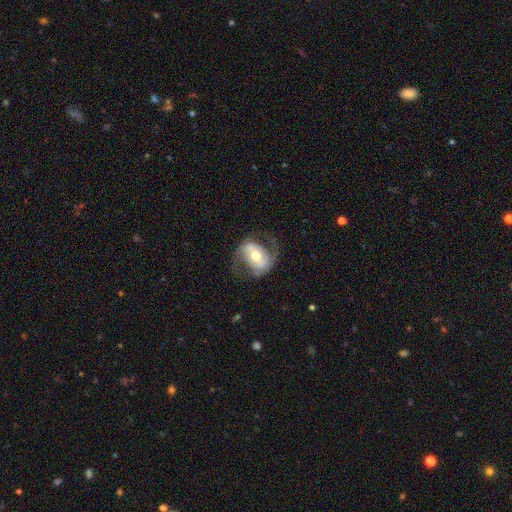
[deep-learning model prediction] smooth_or_featured: featured or disk (p=0.75) [alt: smooth p=0.19]
disk_edge_on: no (p=0.96) [alt: yes p=0.04]
bar: weak (p=0.35) [alt: no p=0.33]
has_spiral_arms: yes (p=0.83) [alt: no p=0.17]
spiral_winding: medium (p=0.46) [alt: loose p=0.39]
spiral_arm_count: 2 (p=0.88) [alt: can't tell p=0.06]
bulge_size: moderate (p=0.72) [alt: small p=0.17]
merging: none (p=0.66) [alt: minor disturbance p=0.17]